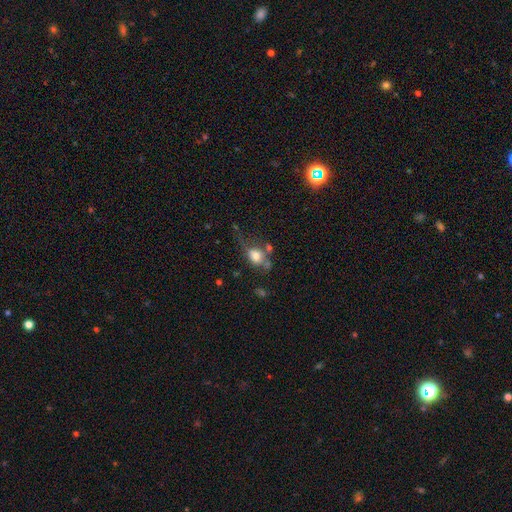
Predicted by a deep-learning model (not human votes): A smooth galaxy with no disk features (67%) that is in between round and cigar-shaped (60%). Merging: none (34%).